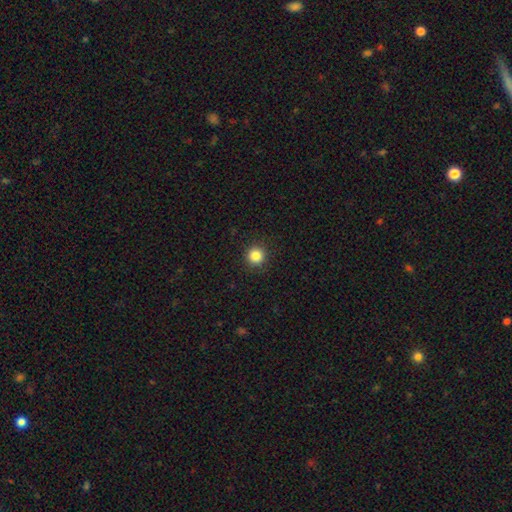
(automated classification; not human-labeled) A smooth galaxy with no disk features (84%) that is round (95%). Merging: none (91%).